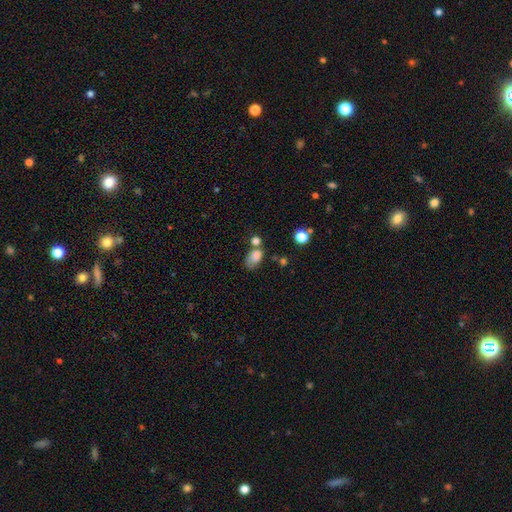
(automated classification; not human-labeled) The model was most divided on "merging": none: 36%, merger: 25%, minor disturbance: 24%, major disturbance: 16%. More confident: how rounded — in between (81%); smooth or featured — smooth (78%).